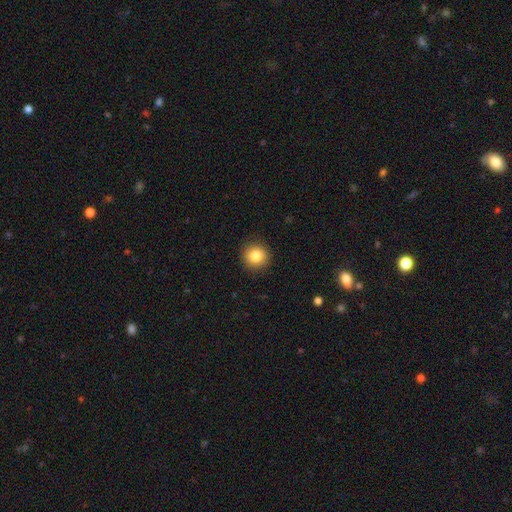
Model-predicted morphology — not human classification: Smooth or featured? Predicted: smooth (p=0.83). How rounded? Predicted: round (p=0.93). Merging? Predicted: none (p=0.91).